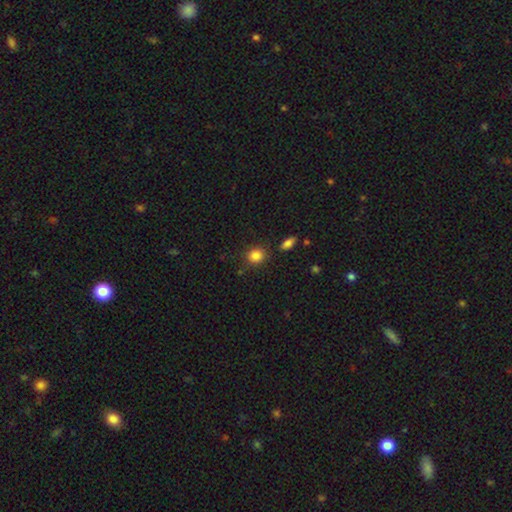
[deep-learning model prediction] This is clearly a smooth galaxy (86%). How rounded: likely round (74%). Merging: clearly none (82%).